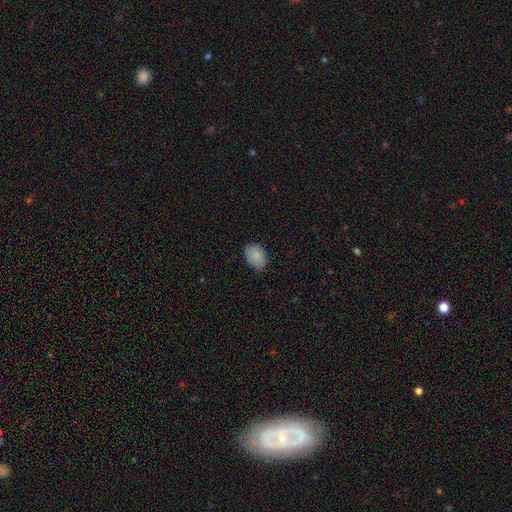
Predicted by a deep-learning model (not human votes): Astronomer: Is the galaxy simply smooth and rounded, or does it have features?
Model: smooth — 87%.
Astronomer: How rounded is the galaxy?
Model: in between — 80%.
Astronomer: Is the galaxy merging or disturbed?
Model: none — 79%.